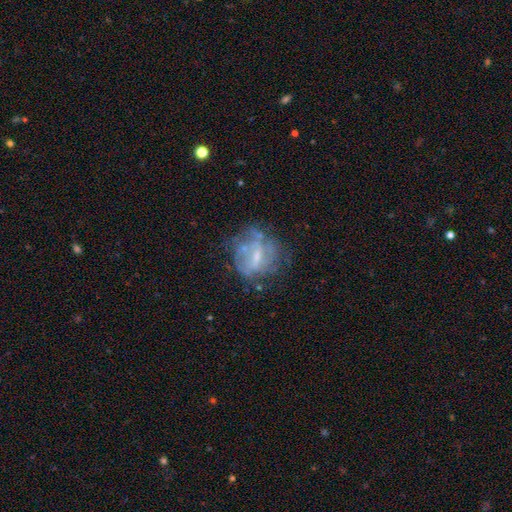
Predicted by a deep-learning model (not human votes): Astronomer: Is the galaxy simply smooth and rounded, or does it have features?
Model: featured or disk — 65%.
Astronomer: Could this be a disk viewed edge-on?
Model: no — 96%.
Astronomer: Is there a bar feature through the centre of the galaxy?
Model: weak — 48% (runner-up: no, 35%).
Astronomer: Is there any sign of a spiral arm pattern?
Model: no — 55% (runner-up: yes, 45%).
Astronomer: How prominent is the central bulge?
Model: small — 48% (runner-up: moderate, 28%).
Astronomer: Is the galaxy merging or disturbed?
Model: none — 53%.